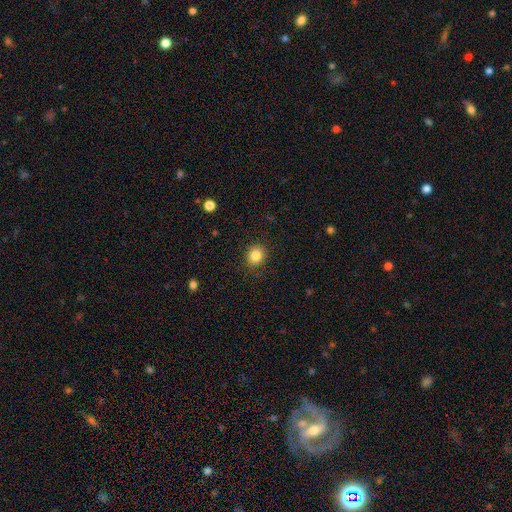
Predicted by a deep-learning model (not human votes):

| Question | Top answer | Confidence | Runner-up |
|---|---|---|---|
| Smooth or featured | smooth | 84% | star or artifact (10%) |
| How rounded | round | 81% | in between (18%) |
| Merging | none | 87% | minor disturbance (9%) |